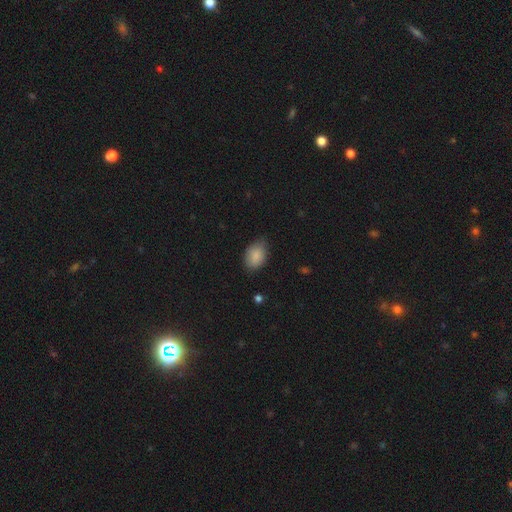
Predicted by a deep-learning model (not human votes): Smooth or featured? smooth (87%)
How rounded? in between (81%)
Merging? none (69%)